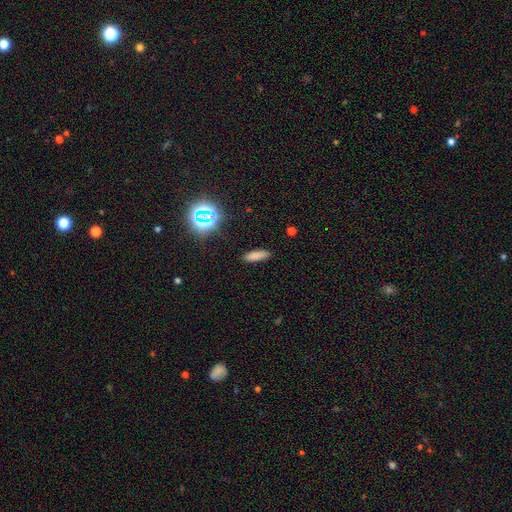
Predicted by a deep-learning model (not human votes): smooth_or_featured: smooth (p=0.78) [alt: star or artifact p=0.15]
how_rounded: cigar-shaped (p=0.56) [alt: in between p=0.41]
merging: none (p=0.88) [alt: minor disturbance p=0.08]